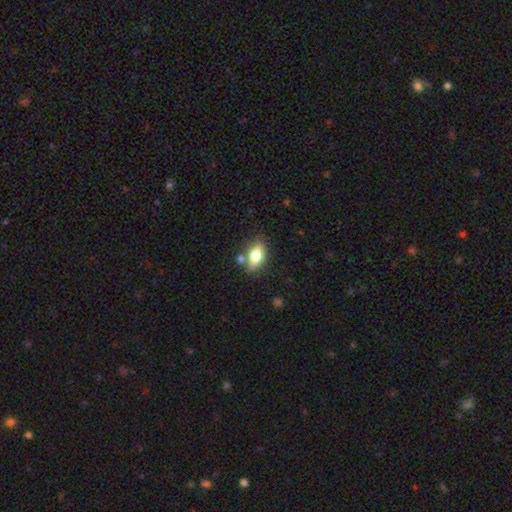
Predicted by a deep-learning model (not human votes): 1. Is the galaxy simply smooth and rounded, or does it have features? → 68% smooth, 24% featured or disk, 8% star or artifact.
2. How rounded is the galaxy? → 81% in between, 11% cigar-shaped, 8% round.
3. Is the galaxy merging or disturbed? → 74% none, 14% minor disturbance, 9% merger, 3% major disturbance.